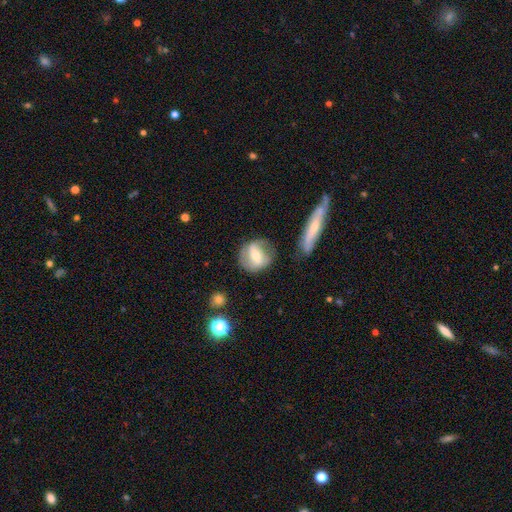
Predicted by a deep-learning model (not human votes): A featured or disk galaxy (58%) with a strong bar (42%), spiral arms (72%) and a moderate central bulge (54%). Merging: none (68%).